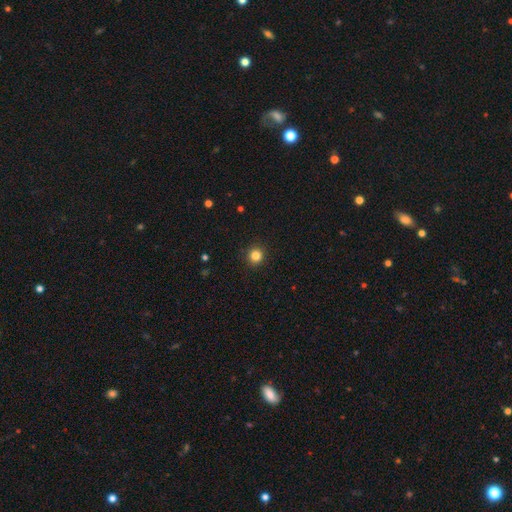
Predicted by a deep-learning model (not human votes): Smooth or featured?
  - smooth: 83% *
  - star or artifact: 12%
  - featured or disk: 5%
How rounded?
  - round: 94% *
  - in between: 5%
  - cigar-shaped: 1%
Merging?
  - none: 92% *
  - minor disturbance: 5%
  - major disturbance: 2%
  - merger: 1%